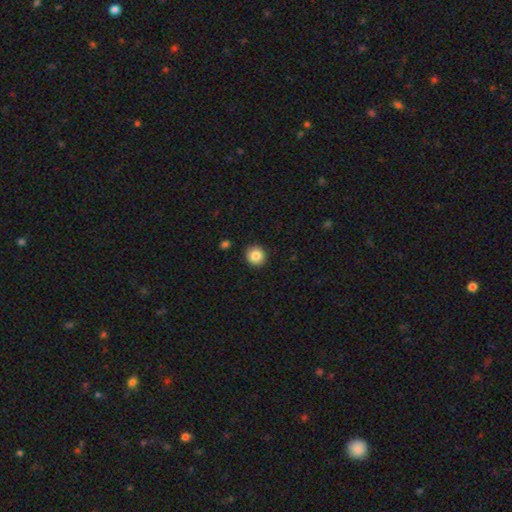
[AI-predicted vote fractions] smooth_or_featured: smooth (p=0.85) [alt: star or artifact p=0.09]
how_rounded: round (p=0.91) [alt: in between p=0.08]
merging: none (p=0.92) [alt: minor disturbance p=0.05]